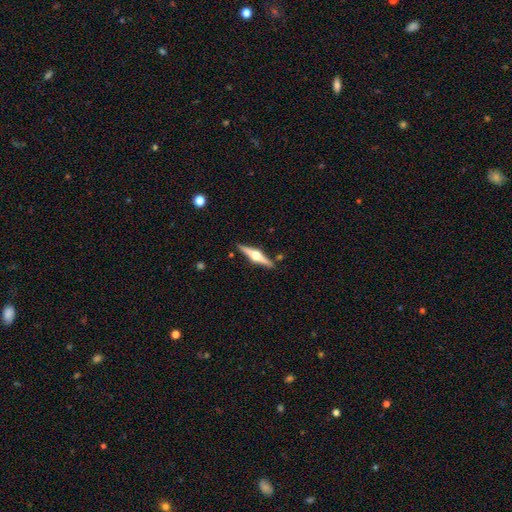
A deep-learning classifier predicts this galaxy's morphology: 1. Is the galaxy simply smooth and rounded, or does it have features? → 81% featured or disk, 14% smooth, 5% star or artifact.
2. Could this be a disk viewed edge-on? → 98% yes, 2% no.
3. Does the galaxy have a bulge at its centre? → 96% rounded, 3% boxy, 1% none.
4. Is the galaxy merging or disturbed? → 90% none, 7% minor disturbance, 2% merger, 2% major disturbance.